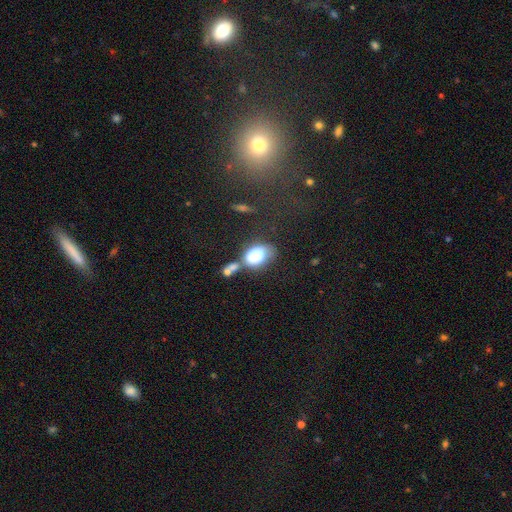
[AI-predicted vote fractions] Morphology: type=smooth (77%); roundness=in between (83%); merging=merger (38%).